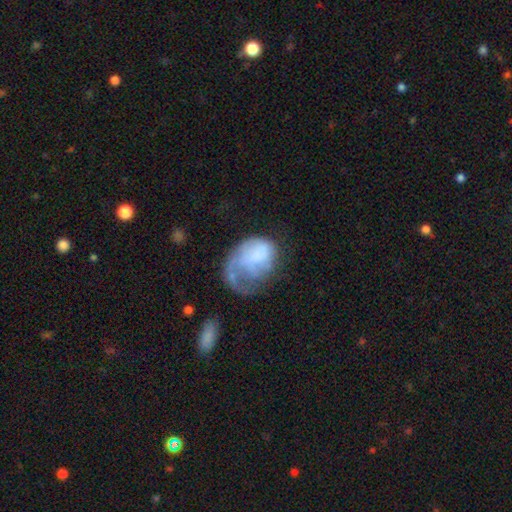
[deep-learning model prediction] Q: Smooth or featured?
A: featured or disk (48%); runner-up: smooth (44%)
Q: Merging?
A: major disturbance (51%); runner-up: none (22%)